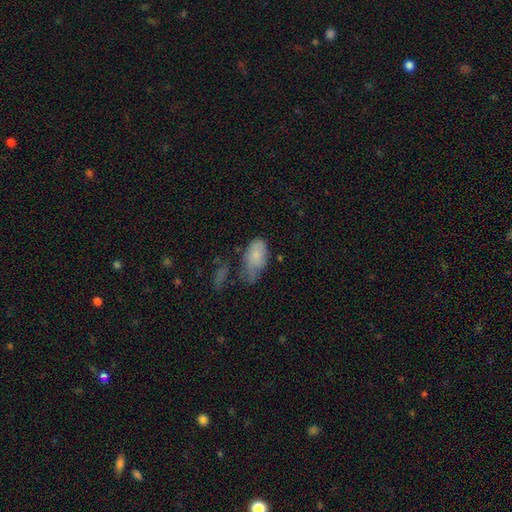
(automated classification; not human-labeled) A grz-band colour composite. It shows a smooth galaxy with no disk features (75%) that is in between round and cigar-shaped (93%). Merging: minor disturbance (38%).